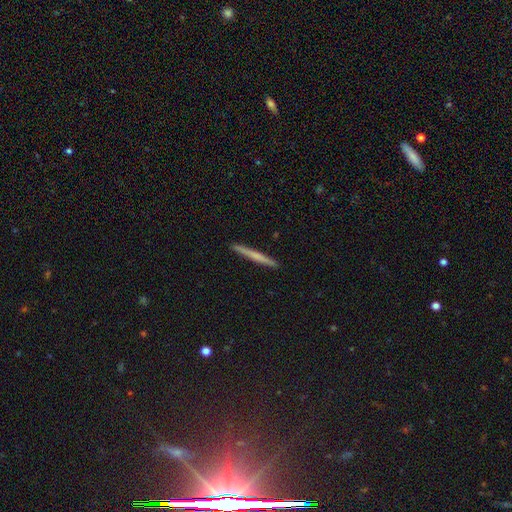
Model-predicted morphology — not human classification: smooth-or-featured: smooth: 52% | featured or disk: 42% | star or artifact: 6%
  how-rounded: cigar-shaped: 97% | in between: 2% | round: 1%
  merging: none: 93% | minor disturbance: 5% | major disturbance: 1% | merger: 1%